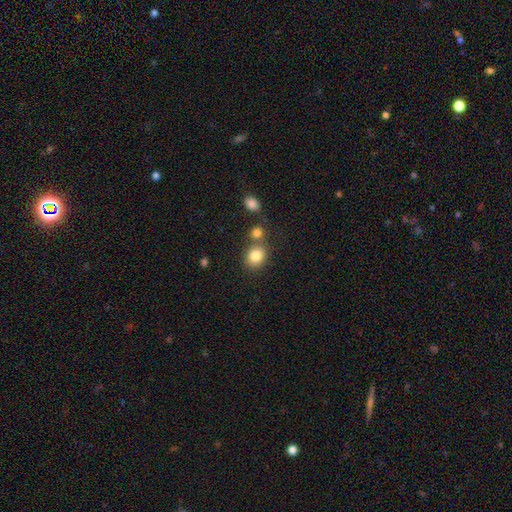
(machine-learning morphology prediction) This is clearly a smooth galaxy (83%). How rounded: likely round (66%). Merging: likely none (64%).